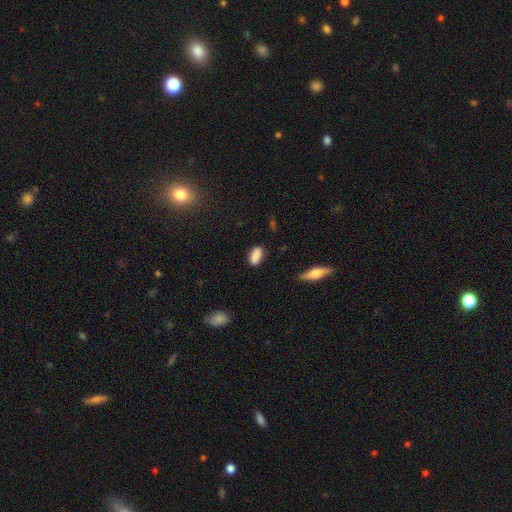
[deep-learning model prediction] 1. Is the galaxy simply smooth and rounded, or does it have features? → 84% smooth, 8% featured or disk, 8% star or artifact.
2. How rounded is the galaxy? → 85% in between, 11% cigar-shaped, 5% round.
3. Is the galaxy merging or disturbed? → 78% none, 16% minor disturbance, 3% major disturbance, 3% merger.